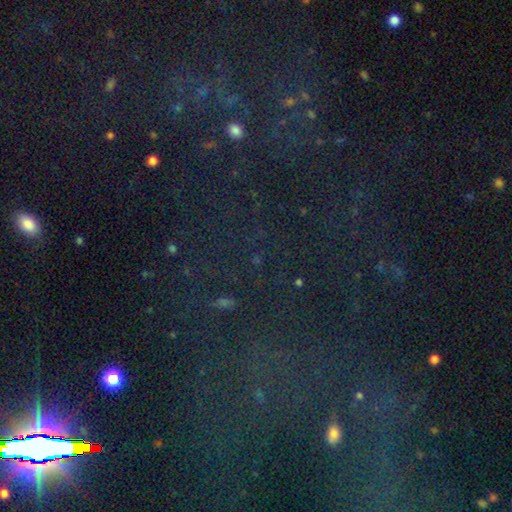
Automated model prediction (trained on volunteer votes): This appears to be a star or artifact, not a galaxy (75%).